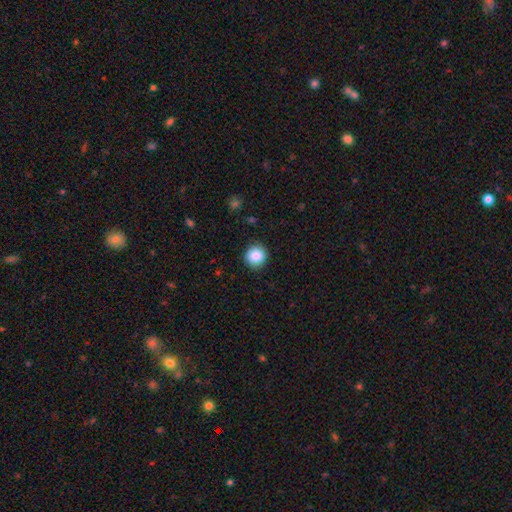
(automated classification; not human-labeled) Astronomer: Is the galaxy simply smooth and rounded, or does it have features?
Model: smooth — 87%.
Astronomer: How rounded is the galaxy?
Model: round — 94%.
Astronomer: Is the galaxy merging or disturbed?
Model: none — 91%.